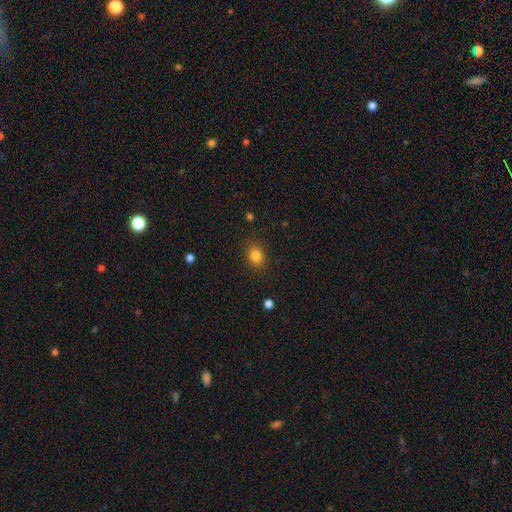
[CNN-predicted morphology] A smooth galaxy with no disk features (83%) that is in between round and cigar-shaped (50%).

Vote fractions:
- Smooth or featured? smooth: 83% / star or artifact: 11% / featured or disk: 6%
- How rounded? in between: 50% / round: 49% / cigar-shaped: 1%
- Merging? none: 86% / minor disturbance: 10% / major disturbance: 3% / merger: 1%